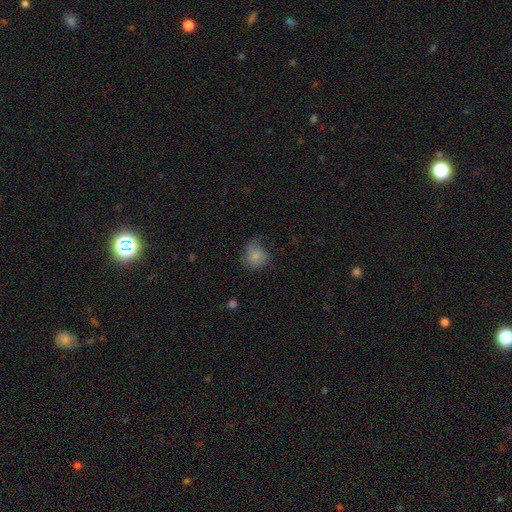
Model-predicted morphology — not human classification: Smooth or featured? smooth (77%)
How rounded? round (73%)
Merging? none (50%)